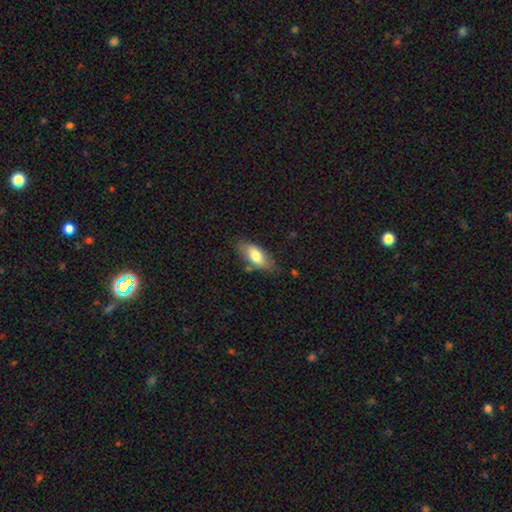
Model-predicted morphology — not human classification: Smooth or featured? Predicted: smooth (p=0.74). How rounded? Predicted: in between (p=0.84). Merging? Predicted: none (p=0.70).